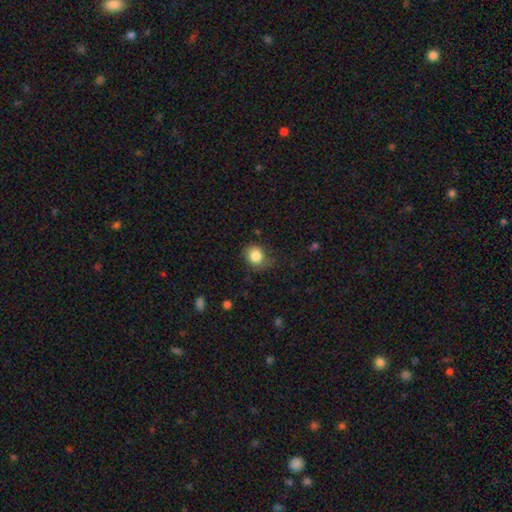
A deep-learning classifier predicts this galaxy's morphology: Smooth or featured? Predicted: smooth (p=0.84). How rounded? Predicted: round (p=0.64). Merging? Predicted: none (p=0.65).